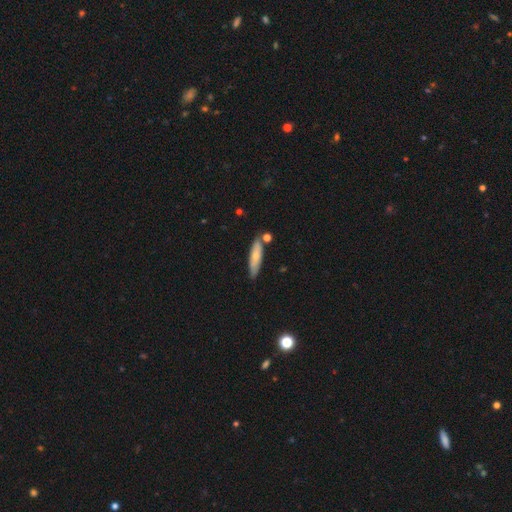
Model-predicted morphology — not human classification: smooth 67%, featured or disk 27%, star or artifact 6%. Down the decision tree: how rounded — cigar-shaped (75%); merging — none (75%).